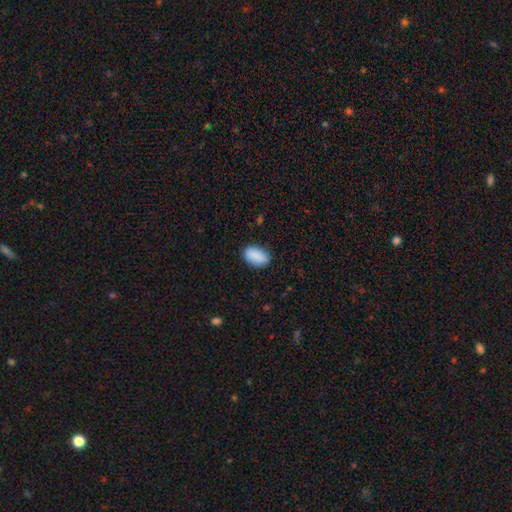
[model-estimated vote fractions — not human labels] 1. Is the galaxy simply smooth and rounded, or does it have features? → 90% smooth, 7% star or artifact, 4% featured or disk.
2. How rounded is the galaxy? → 92% in between, 6% round, 2% cigar-shaped.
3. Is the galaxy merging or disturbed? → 84% none, 12% minor disturbance, 3% major disturbance, 1% merger.